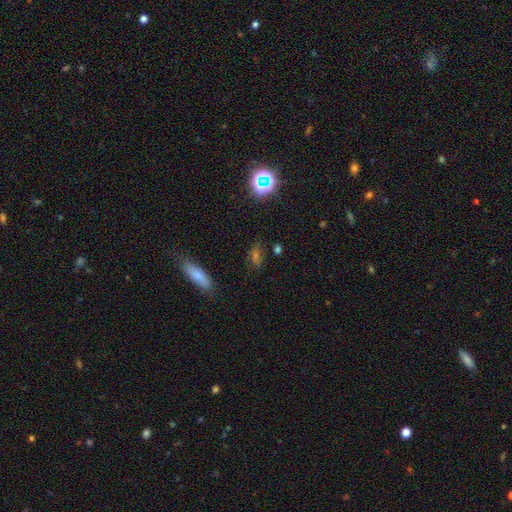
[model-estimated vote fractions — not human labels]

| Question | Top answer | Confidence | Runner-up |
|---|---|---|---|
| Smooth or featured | smooth | 43% | star or artifact (38%) |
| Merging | none | 78% | minor disturbance (14%) |